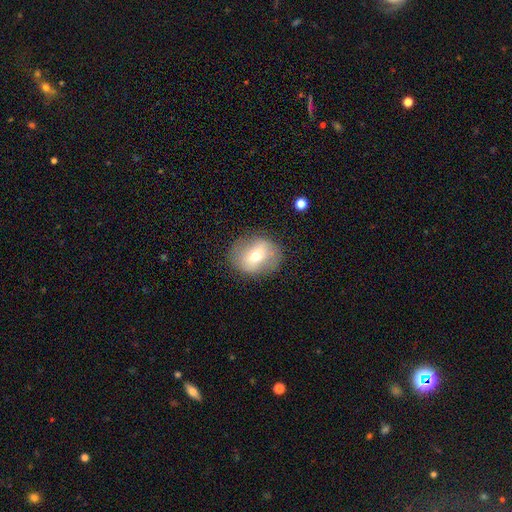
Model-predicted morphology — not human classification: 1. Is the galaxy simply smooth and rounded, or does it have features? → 57% smooth, 33% featured or disk, 10% star or artifact.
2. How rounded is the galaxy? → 62% round, 37% in between, 1% cigar-shaped.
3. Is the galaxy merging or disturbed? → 80% none, 13% minor disturbance, 5% major disturbance, 1% merger.